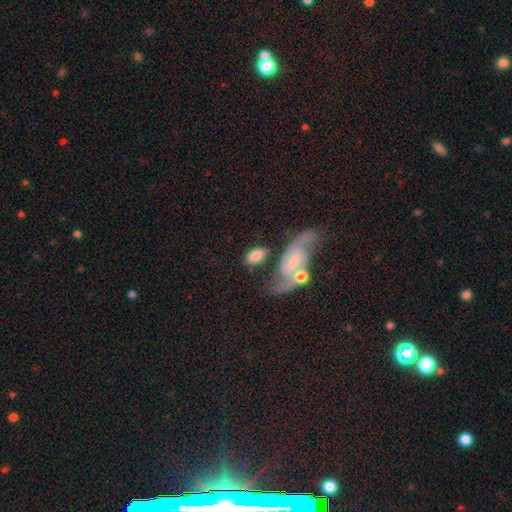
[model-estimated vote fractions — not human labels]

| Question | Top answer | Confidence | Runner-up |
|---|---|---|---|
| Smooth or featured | smooth | 69% | featured or disk (25%) |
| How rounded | in between | 90% | round (6%) |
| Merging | none | 49% | merger (22%) |